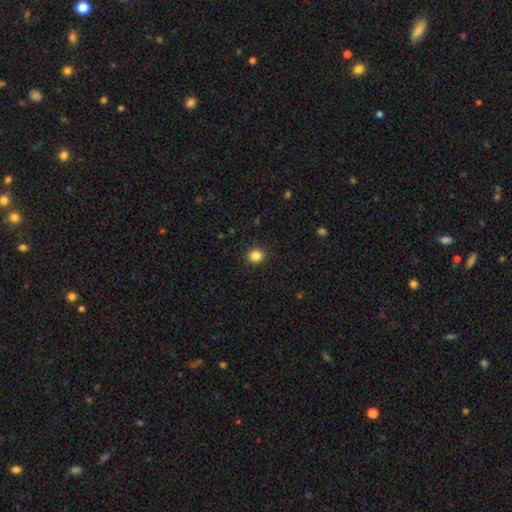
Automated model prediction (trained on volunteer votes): Morphology: type=smooth (86%); roundness=round (74%); merging=none (90%).